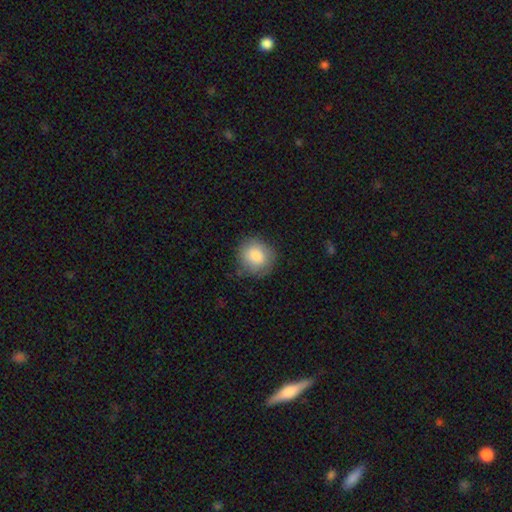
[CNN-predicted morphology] A smooth galaxy with no disk features (84%) that is round (88%). Merging: none (78%).